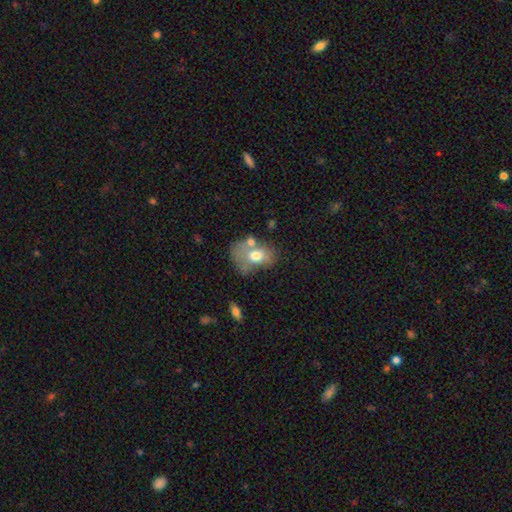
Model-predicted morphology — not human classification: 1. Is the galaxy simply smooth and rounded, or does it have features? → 62% smooth, 29% featured or disk, 9% star or artifact.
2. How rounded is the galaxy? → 69% in between, 30% round, 1% cigar-shaped.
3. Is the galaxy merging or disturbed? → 30% merger, 28% none, 22% minor disturbance, 20% major disturbance.